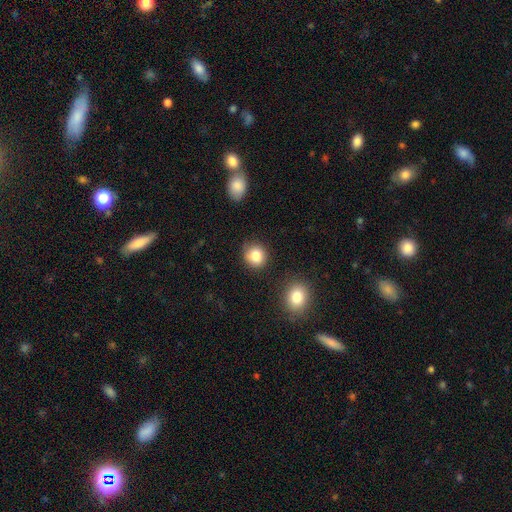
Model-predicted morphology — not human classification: Smooth or featured: smooth — 84% (star or artifact — 10%)
How rounded: round — 84% (in between — 15%)
Merging: none — 84% (minor disturbance — 11%)